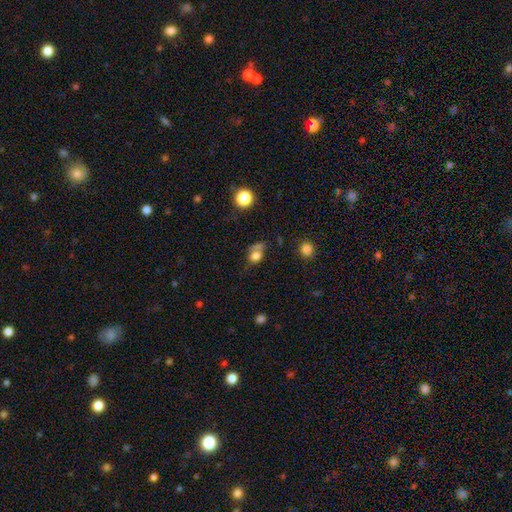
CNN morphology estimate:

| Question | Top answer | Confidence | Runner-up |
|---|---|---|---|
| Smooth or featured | smooth | 75% | star or artifact (14%) |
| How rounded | round | 53% | in between (46%) |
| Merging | none | 40% | merger (27%) |